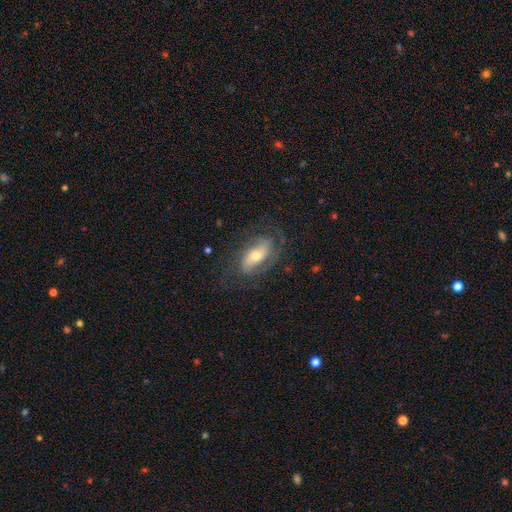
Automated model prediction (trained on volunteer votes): The model was most divided on "bar": no: 39%, weak: 33%, strong: 27%. Remaining: edge-on disk — no (90%); spiral arms — yes (84%); merging — none (67%); smooth or featured — featured or disk (67%); spiral arm count — 2 (62%); bulge size — moderate (54%); spiral winding — medium (42%).